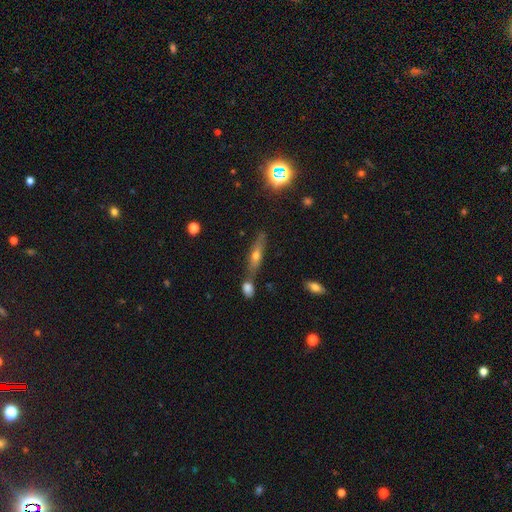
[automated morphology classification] Smooth or featured? Predicted: featured or disk (p=0.46). Merging? Predicted: none (p=0.63).